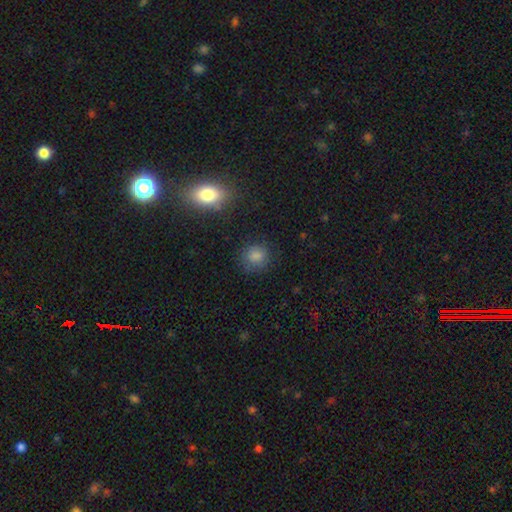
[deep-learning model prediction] Q: Smooth or featured?
A: smooth (81%); runner-up: star or artifact (13%)
Q: How rounded?
A: round (82%); runner-up: in between (17%)
Q: Merging?
A: none (83%); runner-up: minor disturbance (11%)